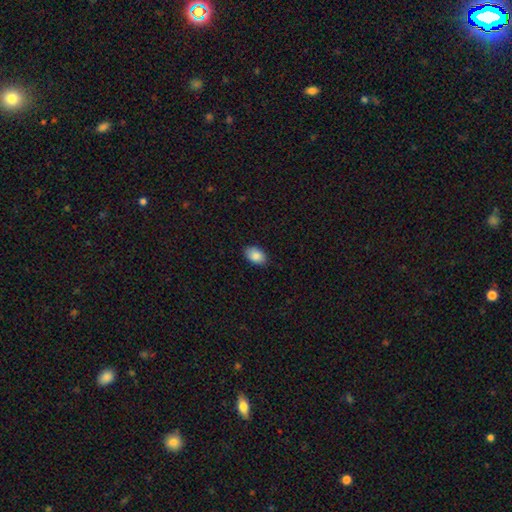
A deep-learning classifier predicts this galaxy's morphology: Smooth or featured? smooth (87%)
How rounded? in between (90%)
Merging? none (87%)